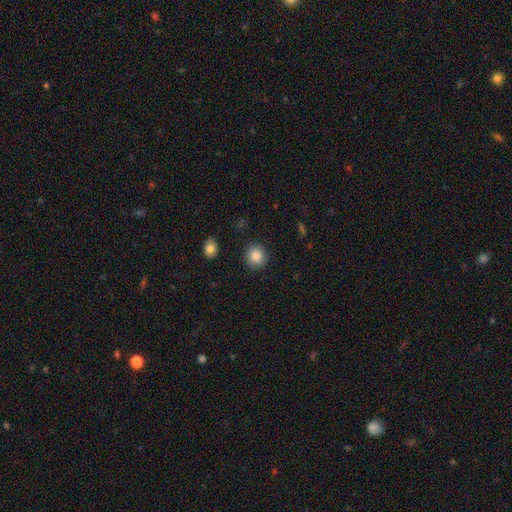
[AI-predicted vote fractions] smooth_or_featured: smooth (p=0.86) [alt: star or artifact p=0.09]
how_rounded: round (p=0.90) [alt: in between p=0.09]
merging: none (p=0.91) [alt: minor disturbance p=0.06]